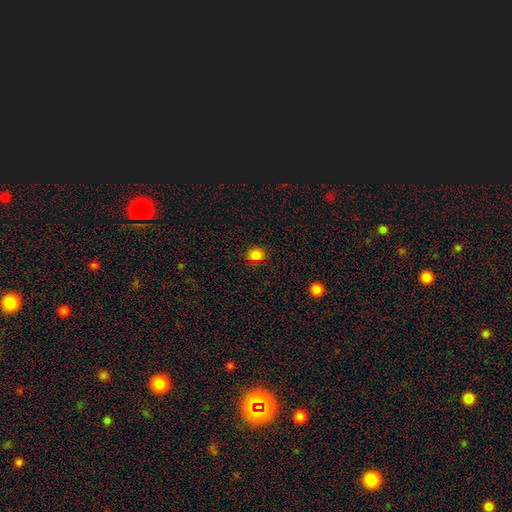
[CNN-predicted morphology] smooth_or_featured: smooth (p=0.81) [alt: star or artifact p=0.15]
how_rounded: round (p=0.63) [alt: in between p=0.36]
merging: none (p=0.85) [alt: minor disturbance p=0.10]